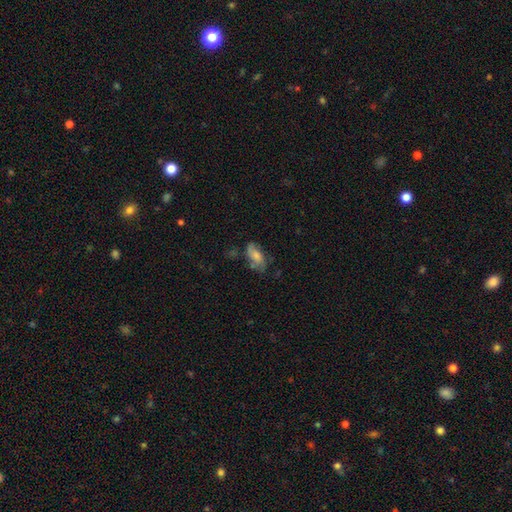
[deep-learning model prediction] A smooth galaxy with no disk features (62%) that is in between round and cigar-shaped (86%).

Vote fractions:
- Smooth or featured? smooth: 62% / featured or disk: 29% / star or artifact: 8%
- How rounded? in between: 86% / cigar-shaped: 10% / round: 4%
- Merging? none: 50% / minor disturbance: 30% / major disturbance: 14% / merger: 6%